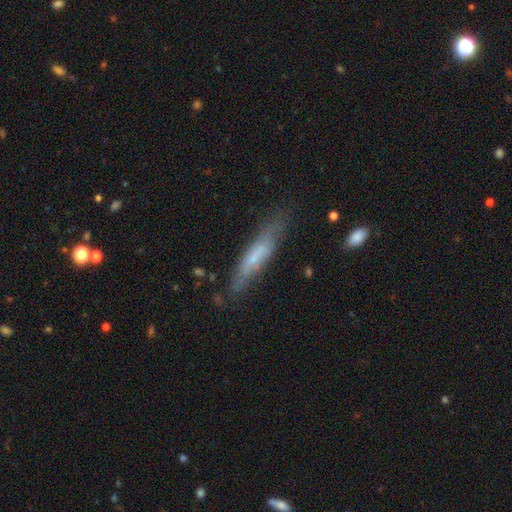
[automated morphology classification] smooth 52%, featured or disk 41%, star or artifact 7%. Down the decision tree: how rounded — cigar-shaped (82%); merging — none (65%).